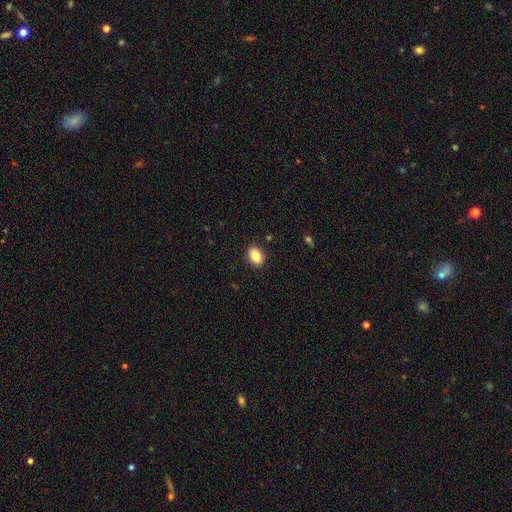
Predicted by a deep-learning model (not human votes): Smooth or featured? Predicted: smooth (p=0.86). How rounded? Predicted: in between (p=0.77). Merging? Predicted: none (p=0.89).